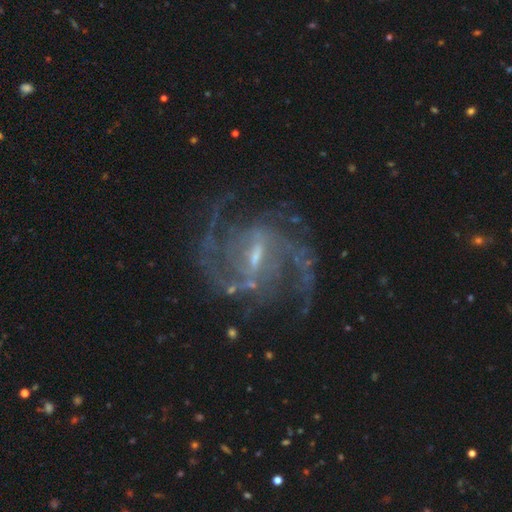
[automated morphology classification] This is clearly a featured or disk galaxy (92%). It is clearly not viewed edge-on (98%). Bar: possibly weak (50%). Spiral arm pattern: clearly yes (98%). Spiral arm count: possibly 2 (59%). Spiral winding: possibly medium (56%). Central bulge: likely small (61%). Merging: likely none (71%).